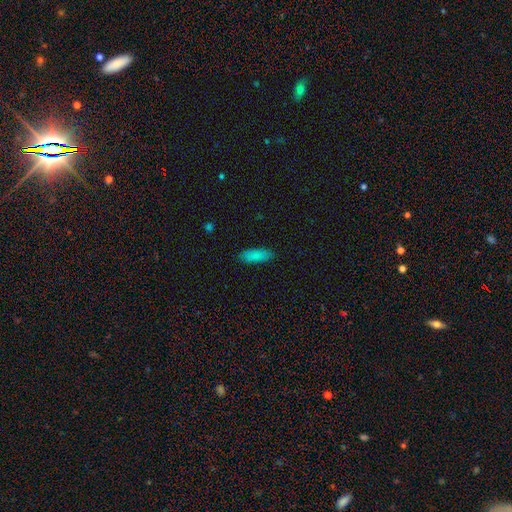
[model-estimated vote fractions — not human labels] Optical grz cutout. It shows a smooth galaxy with no disk features (84%) that is in between round and cigar-shaped (70%). Merging: none (87%).